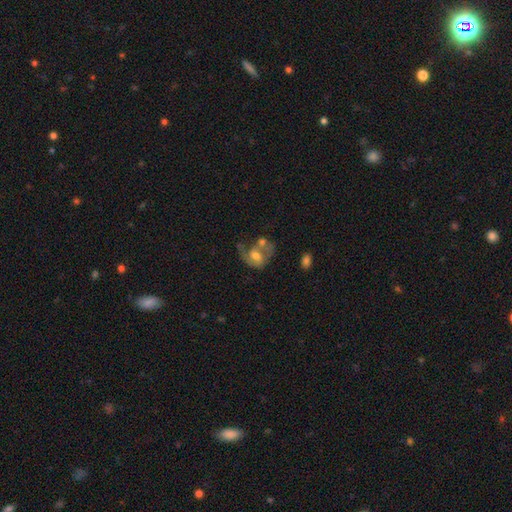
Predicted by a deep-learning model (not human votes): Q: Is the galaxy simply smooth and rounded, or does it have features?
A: featured or disk — 54%.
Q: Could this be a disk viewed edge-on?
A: no — 96%.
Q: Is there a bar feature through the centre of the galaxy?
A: no — 63%.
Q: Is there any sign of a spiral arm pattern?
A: yes — 62%.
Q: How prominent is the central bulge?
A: moderate — 61%.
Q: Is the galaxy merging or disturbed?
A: merger — 44%.